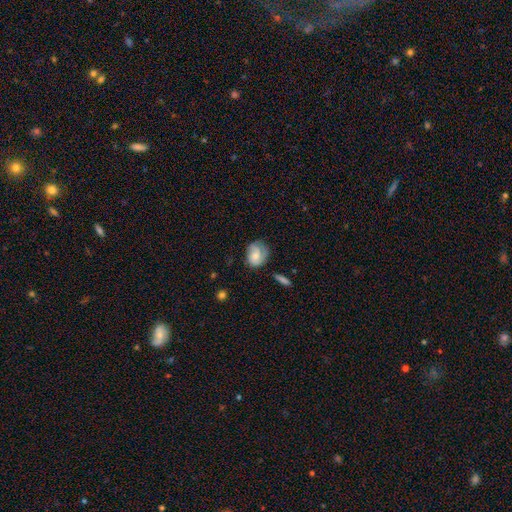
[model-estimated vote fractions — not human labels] This is possibly a smooth galaxy (47%). Merging: possibly none (58%).